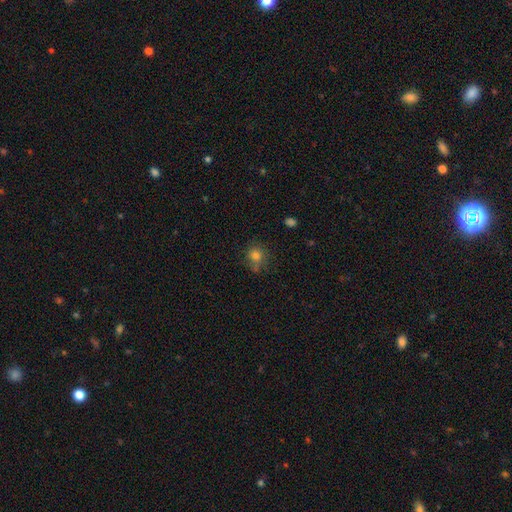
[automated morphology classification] A smooth galaxy with no disk features (78%) that is round (82%). Merging: none (69%).